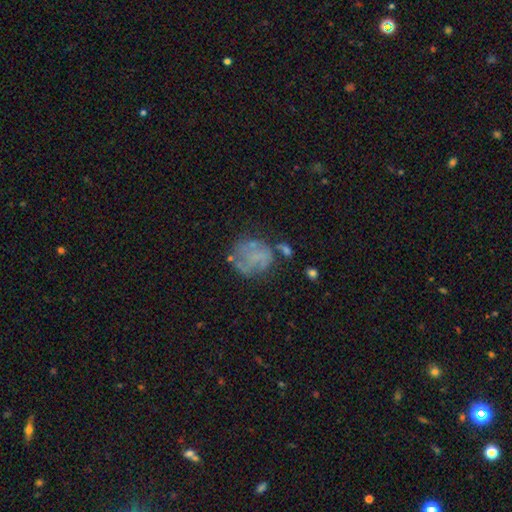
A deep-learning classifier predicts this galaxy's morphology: This appears to be a featured or disk galaxy (47%). Merging: none (45%).